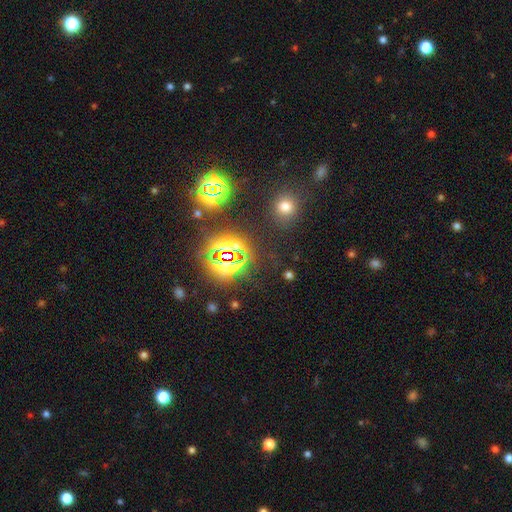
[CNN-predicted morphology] Smooth or featured: star or artifact — 78% (smooth — 15%)